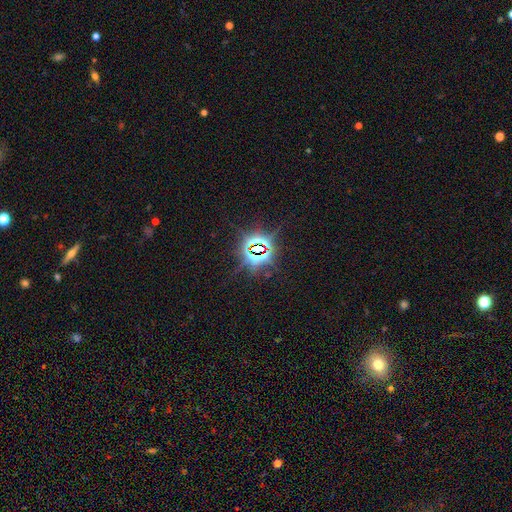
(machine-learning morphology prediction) Smooth or featured? star or artifact (84%)